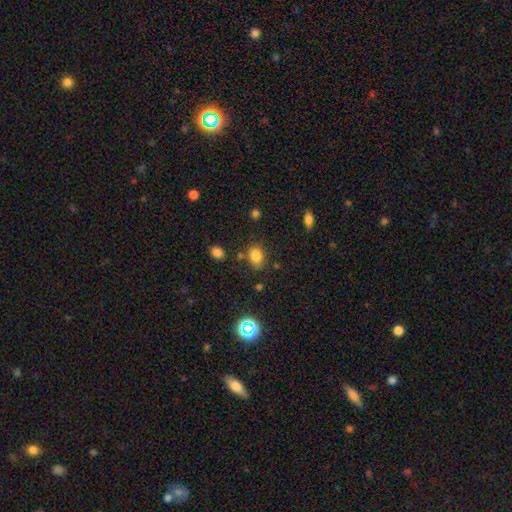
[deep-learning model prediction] Q: Smooth or featured?
A: smooth (81%); runner-up: star or artifact (13%)
Q: How rounded?
A: in between (54%); runner-up: round (45%)
Q: Merging?
A: none (76%); runner-up: minor disturbance (15%)